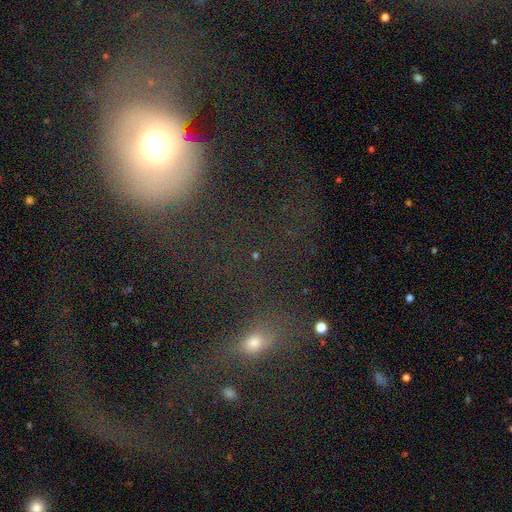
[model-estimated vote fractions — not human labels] smooth_or_featured: star or artifact (p=0.48) [alt: smooth p=0.35]